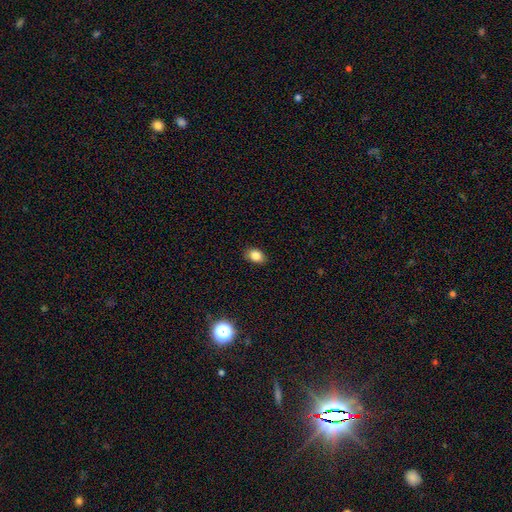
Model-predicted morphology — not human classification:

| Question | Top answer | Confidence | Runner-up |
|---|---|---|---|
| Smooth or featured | smooth | 84% | star or artifact (10%) |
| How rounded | in between | 76% | round (22%) |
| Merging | none | 86% | minor disturbance (10%) |